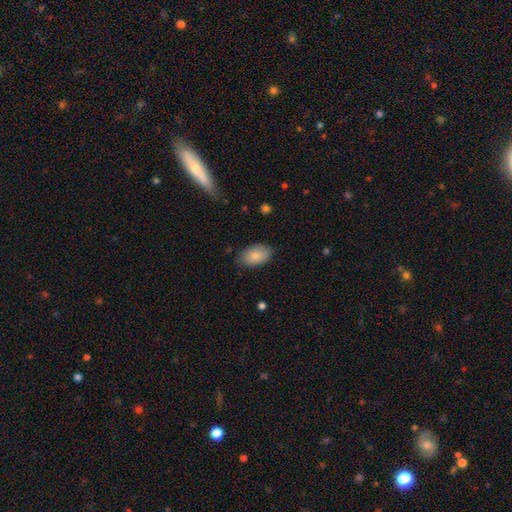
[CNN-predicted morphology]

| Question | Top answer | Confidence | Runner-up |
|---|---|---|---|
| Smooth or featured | smooth | 86% | featured or disk (8%) |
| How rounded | in between | 93% | round (6%) |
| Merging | none | 82% | minor disturbance (14%) |